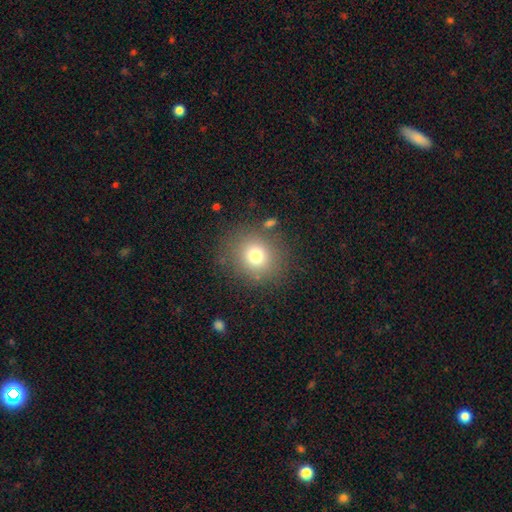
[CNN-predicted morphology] Smooth or featured: smooth — 75% (star or artifact — 14%)
How rounded: round — 82% (in between — 17%)
Merging: none — 82% (minor disturbance — 10%)